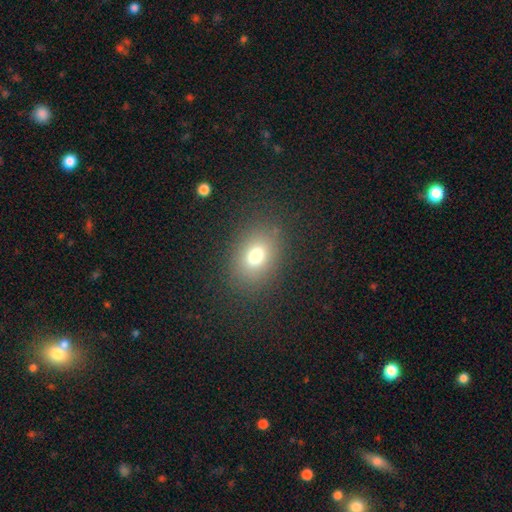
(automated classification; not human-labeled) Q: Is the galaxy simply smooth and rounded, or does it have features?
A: smooth — 74%.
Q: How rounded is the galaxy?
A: in between — 63%.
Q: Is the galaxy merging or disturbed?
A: none — 84%.